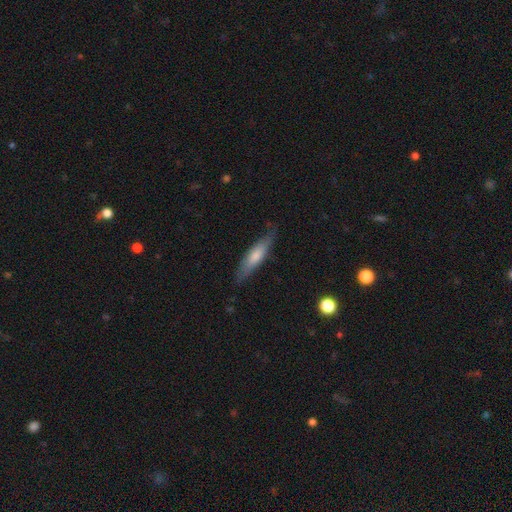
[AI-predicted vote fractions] A smooth galaxy with no disk features (65%) that is cigar-shaped (71%).

Vote fractions:
- Smooth or featured? smooth: 65% / featured or disk: 30% / star or artifact: 5%
- How rounded? cigar-shaped: 71% / in between: 27% / round: 2%
- Merging? none: 76% / minor disturbance: 19% / major disturbance: 4% / merger: 1%